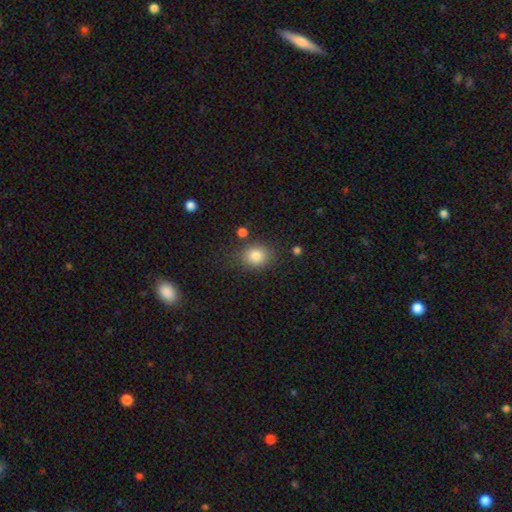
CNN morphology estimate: This appears to be a smooth galaxy with no disk features (83%) that is round (68%). Merging: none (78%).